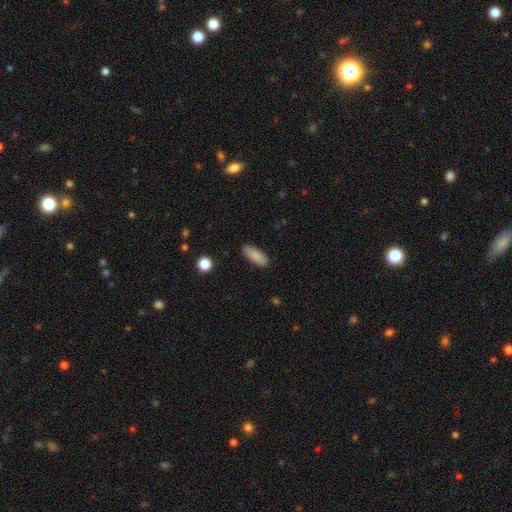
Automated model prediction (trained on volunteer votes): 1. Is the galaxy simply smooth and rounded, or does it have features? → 87% smooth, 7% star or artifact, 6% featured or disk.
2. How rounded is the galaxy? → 75% in between, 23% cigar-shaped, 2% round.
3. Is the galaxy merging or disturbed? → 86% none, 10% minor disturbance, 2% major disturbance, 1% merger.